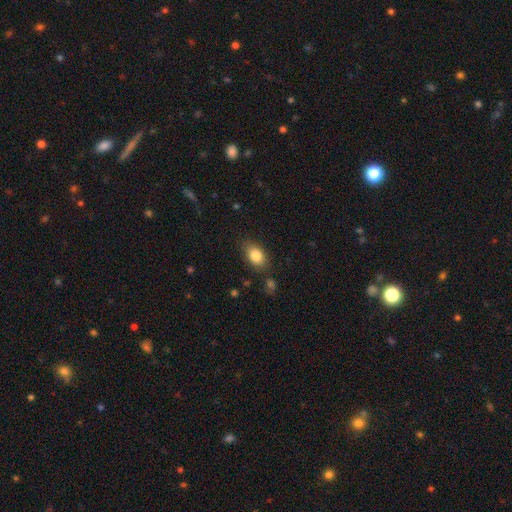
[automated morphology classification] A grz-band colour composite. It shows a smooth galaxy with no disk features (83%) that is in between round and cigar-shaped (83%). Merging: none (79%).